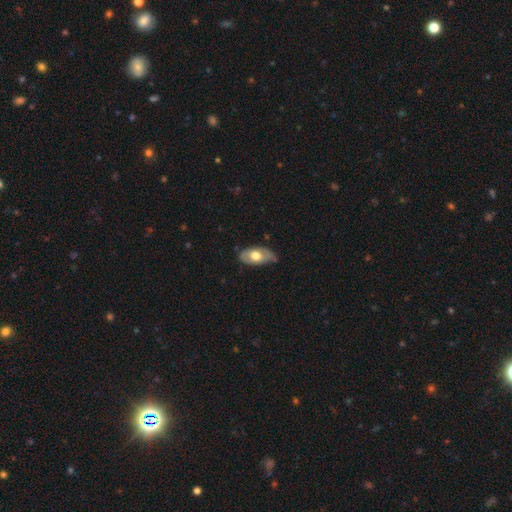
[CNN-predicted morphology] A smooth galaxy with no disk features (53%) that is in between round and cigar-shaped (92%). Merging: none (64%).